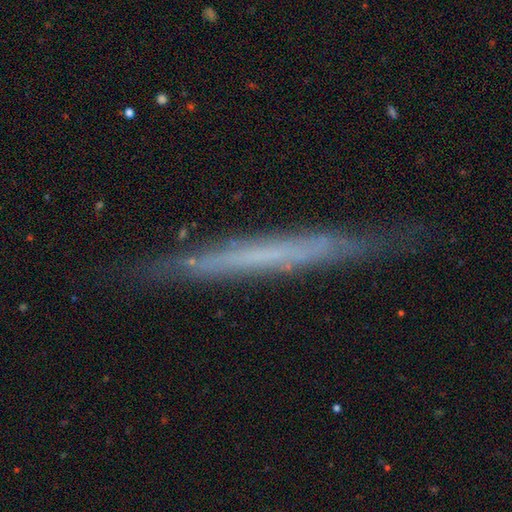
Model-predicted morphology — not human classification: featured or disk 53%, smooth 38%, star or artifact 8%. Down the decision tree: edge-on disk — yes (92%); merging — none (80%).